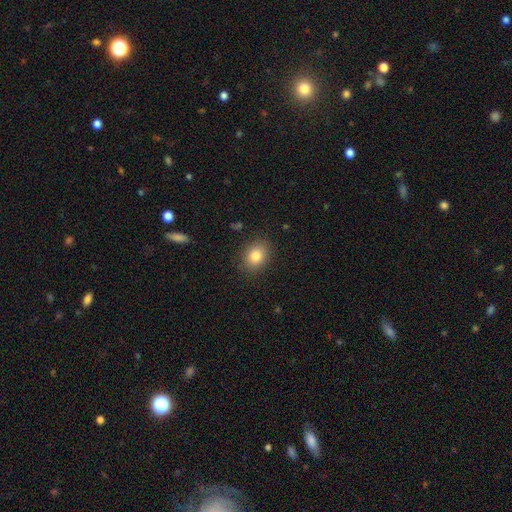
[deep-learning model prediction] This is clearly a smooth galaxy (83%). How rounded: possibly in between (53%). Merging: clearly none (86%).